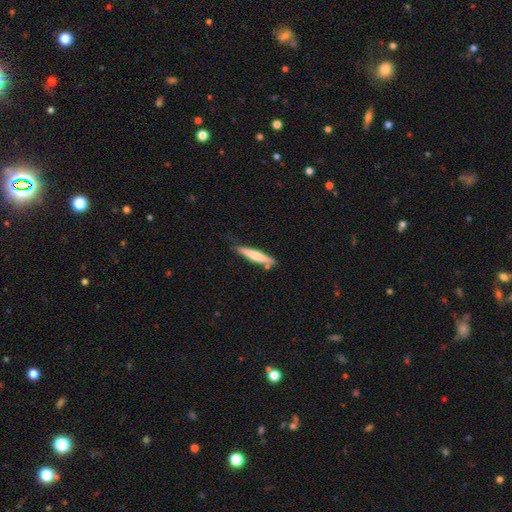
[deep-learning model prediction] Q: Smooth or featured?
A: smooth (63%); runner-up: featured or disk (32%)
Q: How rounded?
A: cigar-shaped (92%); runner-up: in between (7%)
Q: Merging?
A: none (71%); runner-up: minor disturbance (20%)